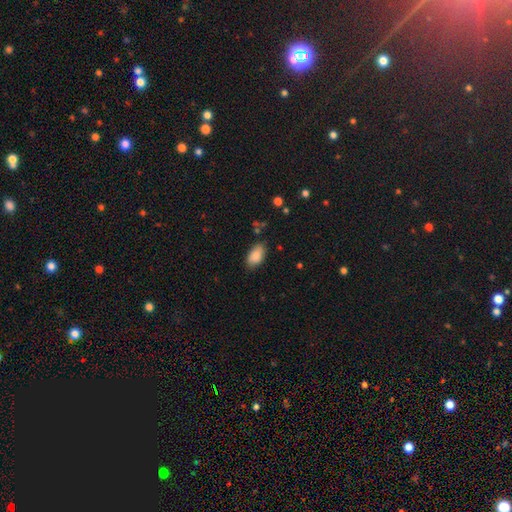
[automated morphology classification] smooth 87%, star or artifact 7%, featured or disk 6%. Down the decision tree: how rounded — in between (93%); merging — none (80%).